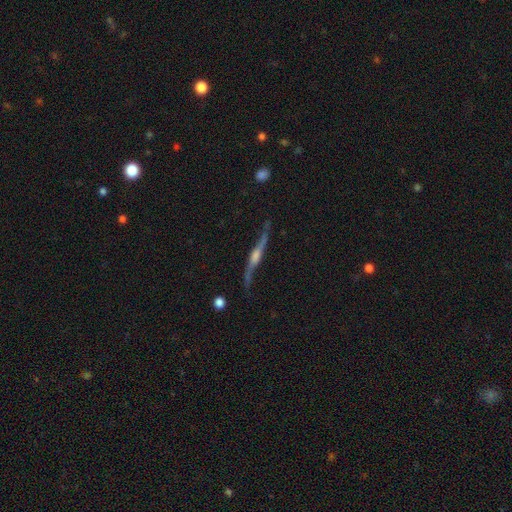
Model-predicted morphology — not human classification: Smooth or featured? Predicted: featured or disk (p=0.84). Edge-on disk? Predicted: yes (p=0.90). Edge-on bulge? Predicted: rounded (p=0.86). Merging? Predicted: none (p=0.78).